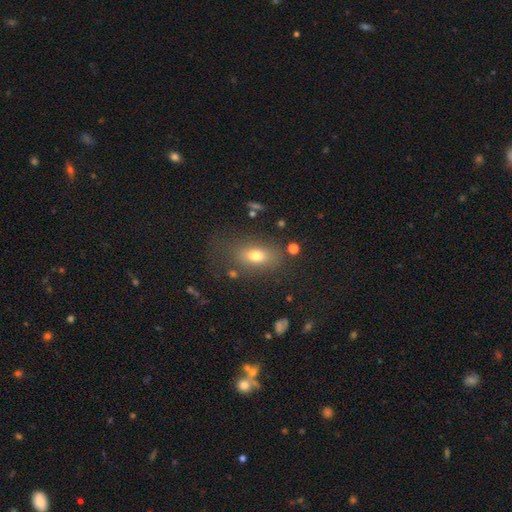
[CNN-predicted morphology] smooth_or_featured: smooth (p=0.73) [alt: featured or disk p=0.14]
how_rounded: in between (p=0.82) [alt: round p=0.13]
merging: none (p=0.68) [alt: minor disturbance p=0.17]